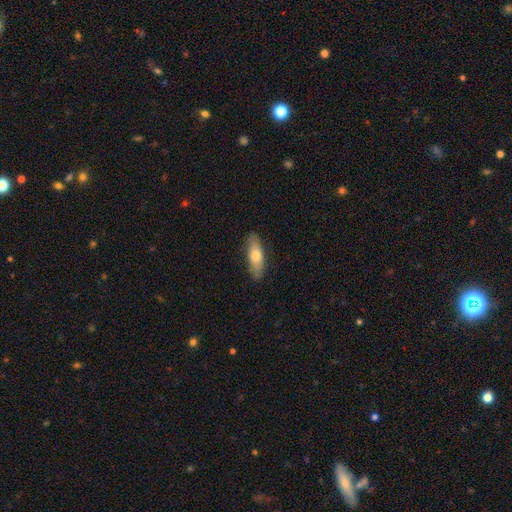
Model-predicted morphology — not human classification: This appears to be a smooth galaxy with no disk features (67%) that is in between round and cigar-shaped (52%). Merging: none (86%).